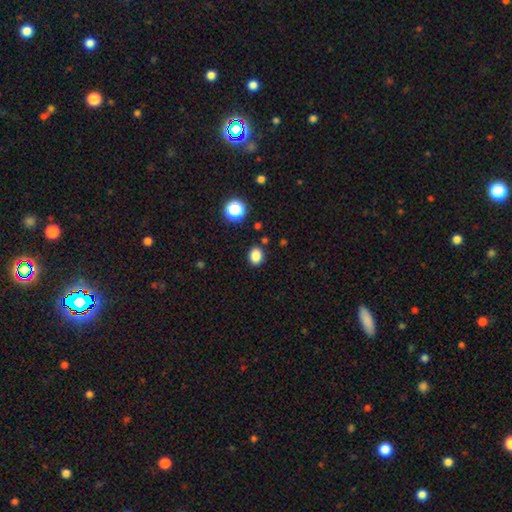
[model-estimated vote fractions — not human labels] Smooth or featured? smooth (84%)
How rounded? round (53%)
Merging? none (87%)